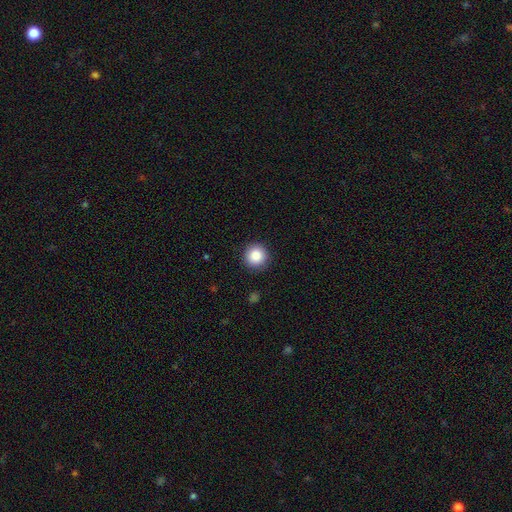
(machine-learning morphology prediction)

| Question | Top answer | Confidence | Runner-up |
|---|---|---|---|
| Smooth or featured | smooth | 86% | star or artifact (9%) |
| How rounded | round | 95% | in between (4%) |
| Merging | none | 91% | minor disturbance (6%) |